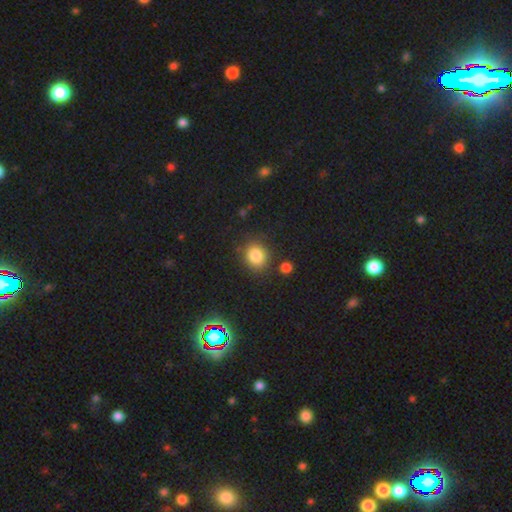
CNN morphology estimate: Smooth or featured? Predicted: smooth (p=0.83). How rounded? Predicted: round (p=0.75). Merging? Predicted: none (p=0.81).